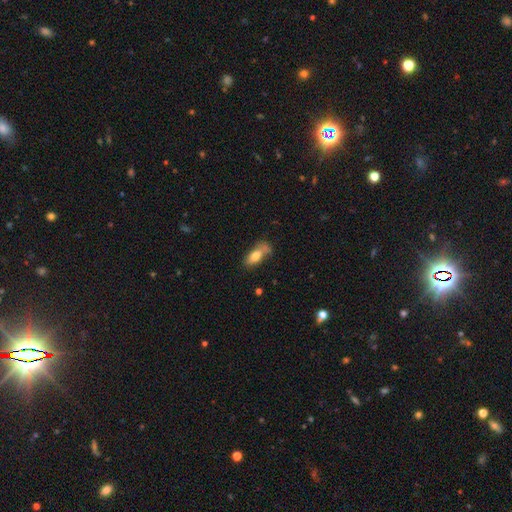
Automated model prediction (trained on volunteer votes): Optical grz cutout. It shows a smooth galaxy with no disk features (74%) that is in between round and cigar-shaped (79%). Merging: none (46%).